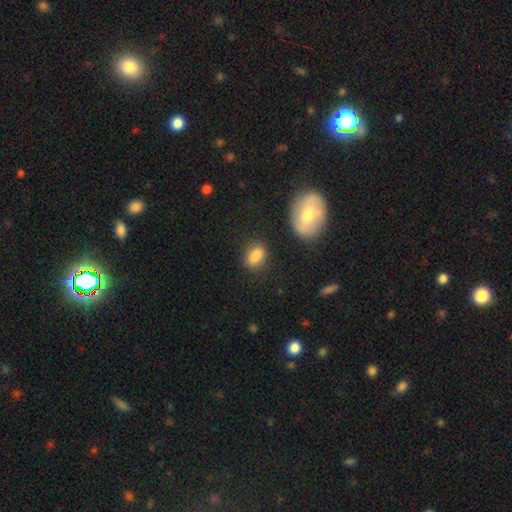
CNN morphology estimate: smooth_or_featured: smooth (p=0.87) [alt: star or artifact p=0.08]
how_rounded: in between (p=0.83) [alt: round p=0.14]
merging: none (p=0.77) [alt: minor disturbance p=0.16]